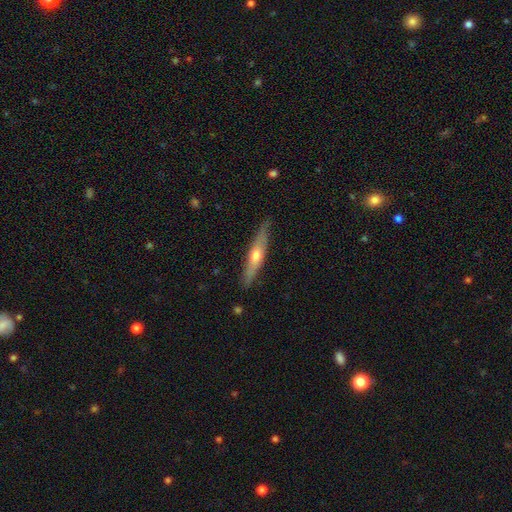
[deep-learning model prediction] The model was most divided on "smooth or featured": featured or disk: 54%, smooth: 41%, star or artifact: 5%. More confident: edge-on disk — yes (88%); merging — none (83%).